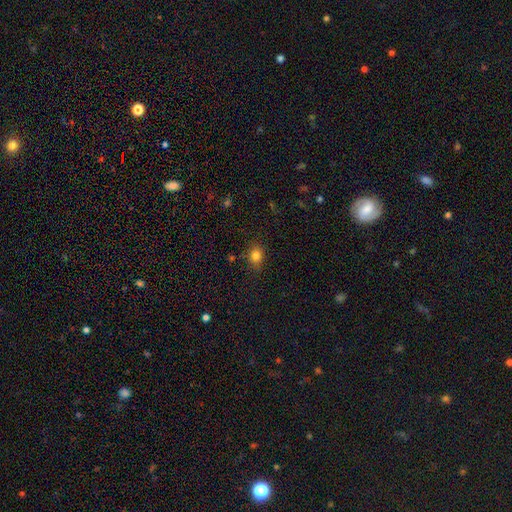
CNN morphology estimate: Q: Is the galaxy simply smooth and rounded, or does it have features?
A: smooth — 82%.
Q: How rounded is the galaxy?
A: in between — 53%.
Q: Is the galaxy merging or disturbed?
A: none — 79%.